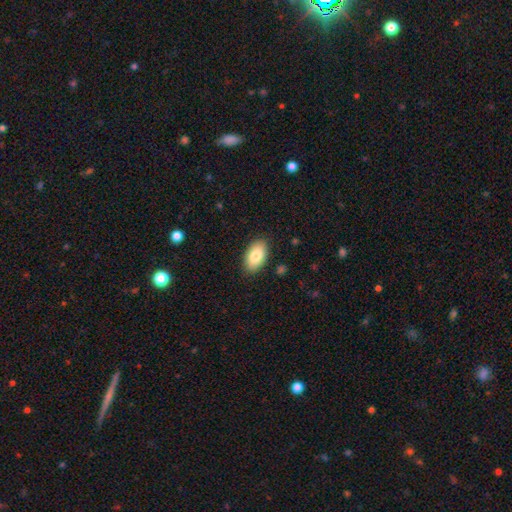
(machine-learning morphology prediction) Smooth or featured?
  - smooth: 83% *
  - featured or disk: 10%
  - star or artifact: 6%
How rounded?
  - in between: 95% *
  - round: 4%
  - cigar-shaped: 2%
Merging?
  - none: 87% *
  - minor disturbance: 10%
  - major disturbance: 2%
  - merger: 1%